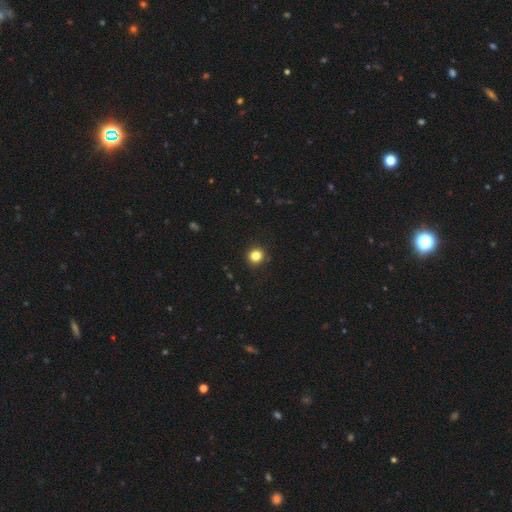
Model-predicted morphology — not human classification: smooth 83%, star or artifact 12%, featured or disk 5%. Down the decision tree: how rounded — round (92%); merging — none (91%).